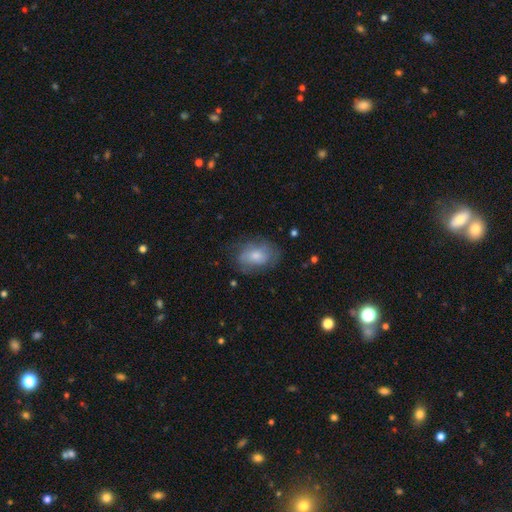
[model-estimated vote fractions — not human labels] Smooth or featured? smooth (64%)
How rounded? in between (77%)
Merging? none (62%)